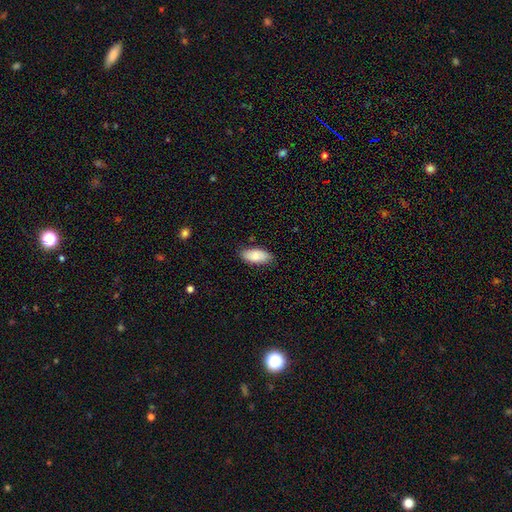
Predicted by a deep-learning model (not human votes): Smooth or featured?
  - smooth: 84% *
  - featured or disk: 10%
  - star or artifact: 6%
How rounded?
  - in between: 90% *
  - cigar-shaped: 8%
  - round: 2%
Merging?
  - none: 84% *
  - minor disturbance: 13%
  - major disturbance: 2%
  - merger: 1%